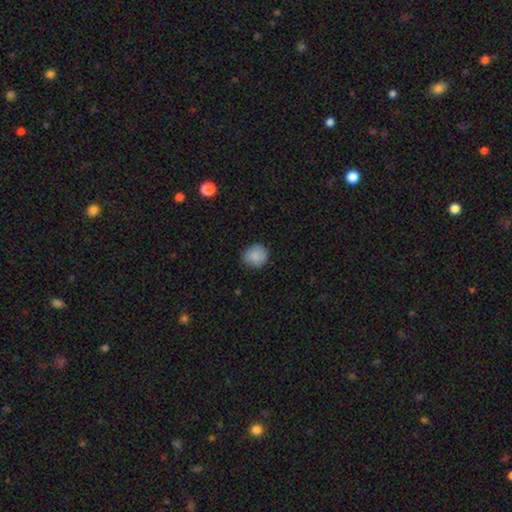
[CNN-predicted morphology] The model was most divided on "merging": none: 80%, minor disturbance: 16%, major disturbance: 3%, merger: 1%. More confident: smooth or featured — smooth (86%); how rounded — round (84%).